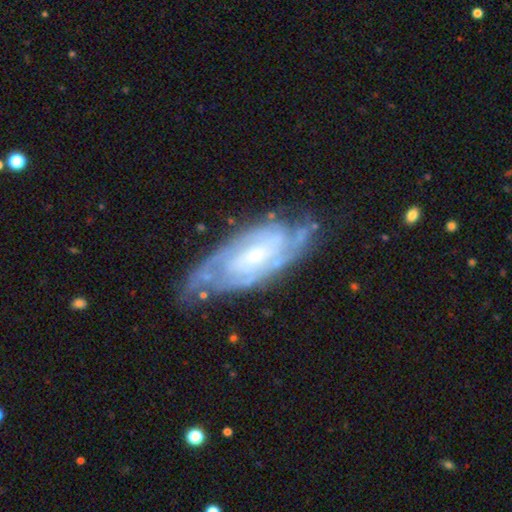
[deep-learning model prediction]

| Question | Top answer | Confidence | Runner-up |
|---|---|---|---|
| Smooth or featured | featured or disk | 84% | smooth (10%) |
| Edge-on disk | no | 91% | yes (9%) |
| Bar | no | 53% | weak (37%) |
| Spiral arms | yes | 94% | no (6%) |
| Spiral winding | tight | 62% | medium (32%) |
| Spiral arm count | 2 | 37% | can't tell (36%) |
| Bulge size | small | 51% | moderate (38%) |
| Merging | none | 67% | minor disturbance (23%) |